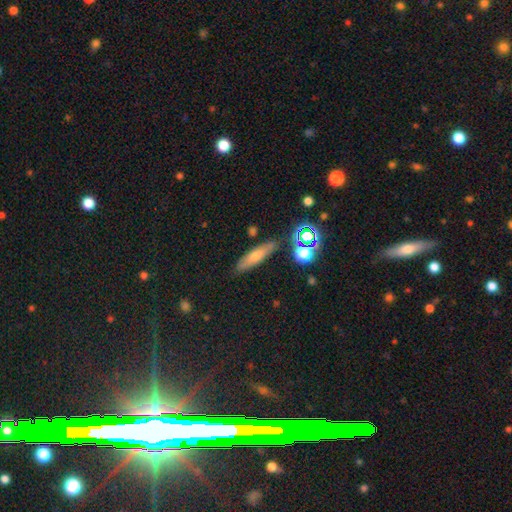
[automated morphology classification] smooth 59%, featured or disk 28%, star or artifact 14%. Down the decision tree: how rounded — cigar-shaped (74%); merging — none (84%).